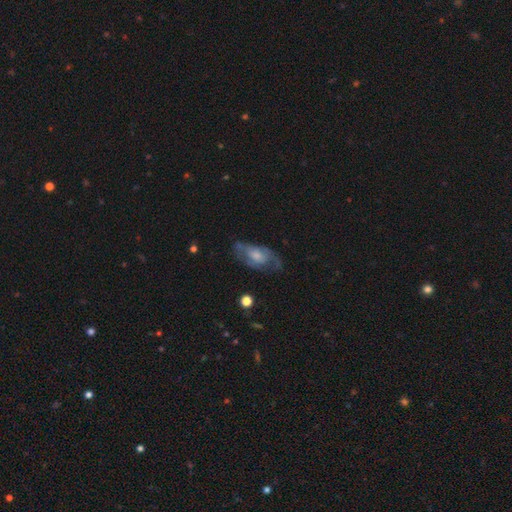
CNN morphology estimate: Smooth or featured? Predicted: featured or disk (p=0.64). Edge-on disk? Predicted: no (p=0.89). Bar? Predicted: no (p=0.63). Spiral arms? Predicted: yes (p=0.79). Bulge size? Predicted: moderate (p=0.44). Merging? Predicted: none (p=0.70).